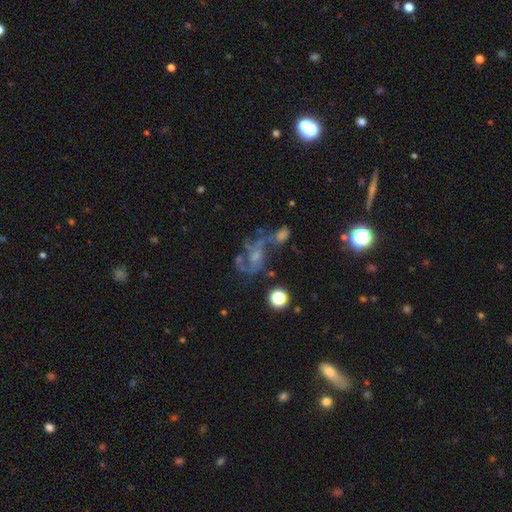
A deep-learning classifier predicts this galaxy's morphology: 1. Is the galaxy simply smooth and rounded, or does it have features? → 41% featured or disk, 34% star or artifact, 25% smooth.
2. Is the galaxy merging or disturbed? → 45% none, 22% merger, 18% major disturbance, 16% minor disturbance.